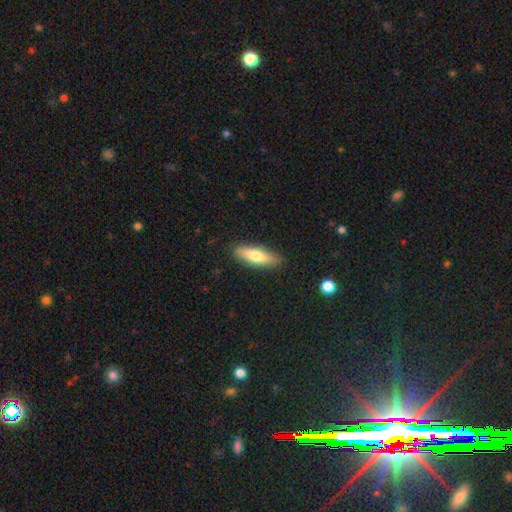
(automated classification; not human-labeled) Q: Smooth or featured?
A: smooth (68%); runner-up: featured or disk (26%)
Q: How rounded?
A: cigar-shaped (54%); runner-up: in between (44%)
Q: Merging?
A: none (87%); runner-up: minor disturbance (10%)